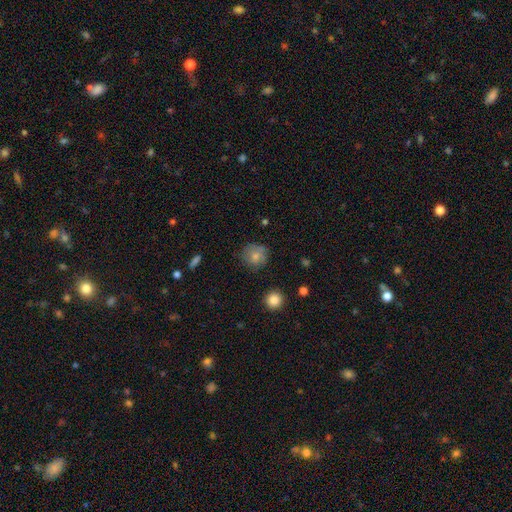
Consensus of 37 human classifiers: Smooth or featured? smooth (70%)
How rounded? round (92%)
Merging? none (86%)